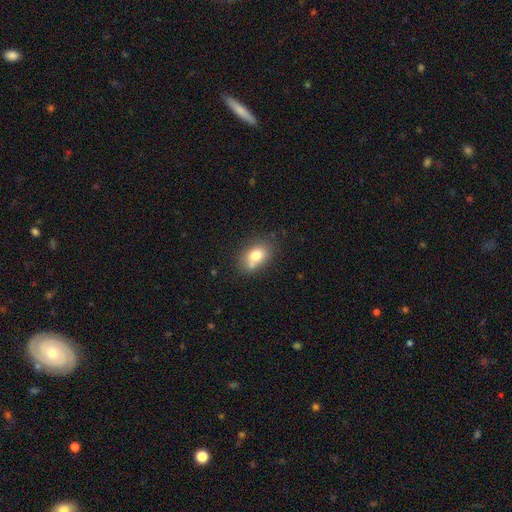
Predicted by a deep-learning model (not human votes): Smooth or featured: smooth — 76% (featured or disk — 15%)
How rounded: in between — 75% (round — 24%)
Merging: none — 57% (merger — 19%)